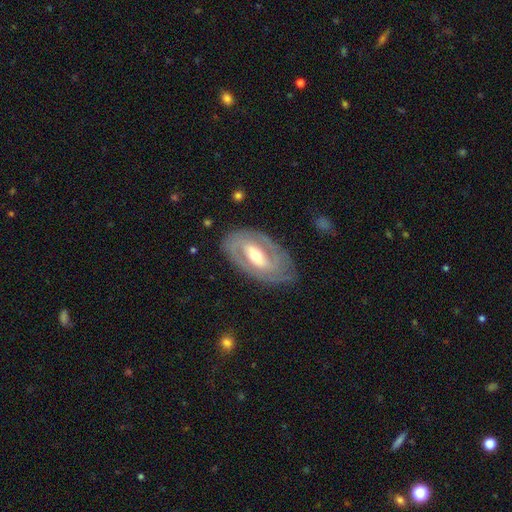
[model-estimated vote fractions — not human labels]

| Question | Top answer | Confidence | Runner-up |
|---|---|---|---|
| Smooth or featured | featured or disk | 81% | smooth (14%) |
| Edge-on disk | no | 93% | yes (7%) |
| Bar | strong | 41% | weak (38%) |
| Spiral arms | yes | 81% | no (19%) |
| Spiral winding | tight | 59% | medium (31%) |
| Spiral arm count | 2 | 63% | can't tell (22%) |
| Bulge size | moderate | 64% | small (27%) |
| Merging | none | 77% | minor disturbance (16%) |